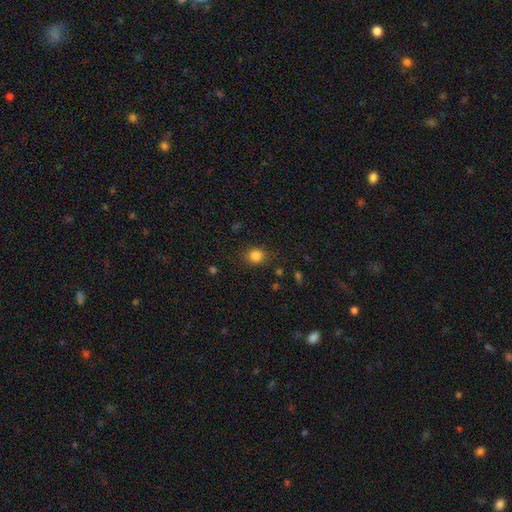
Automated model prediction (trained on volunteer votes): Morphology: type=smooth (84%); roundness=round (76%); merging=none (84%).